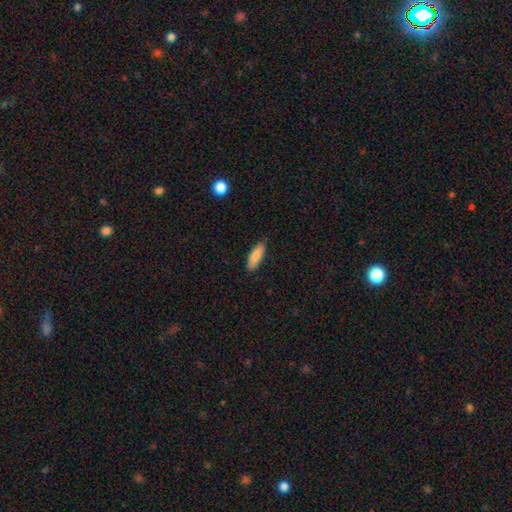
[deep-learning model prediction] Smooth or featured: smooth — 85% (featured or disk — 8%)
How rounded: in between — 57% (cigar-shaped — 41%)
Merging: none — 84% (minor disturbance — 13%)